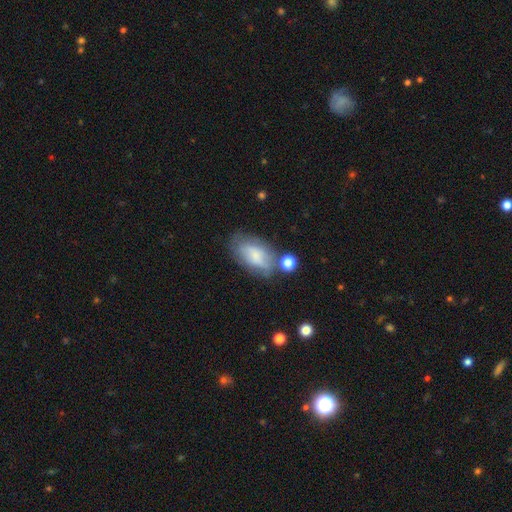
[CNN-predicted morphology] type=smooth (65%); roundness=in between (91%); merging=none (51%).